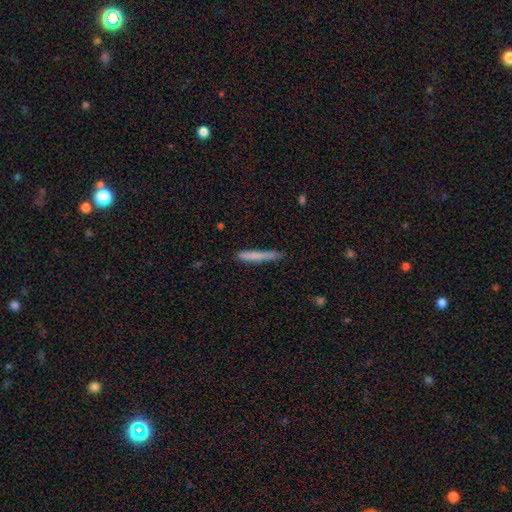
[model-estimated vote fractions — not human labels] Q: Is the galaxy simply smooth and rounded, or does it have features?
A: smooth — 74%.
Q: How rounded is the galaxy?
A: cigar-shaped — 96%.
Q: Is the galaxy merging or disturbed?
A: none — 81%.